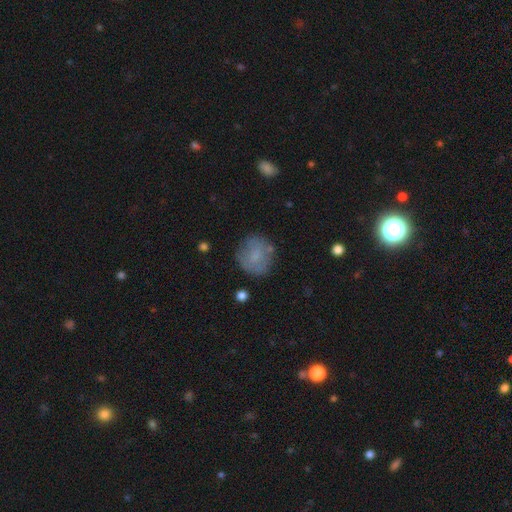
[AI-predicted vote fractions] This appears to be a smooth galaxy with no disk features (70%) that is round (80%). Merging: none (72%).